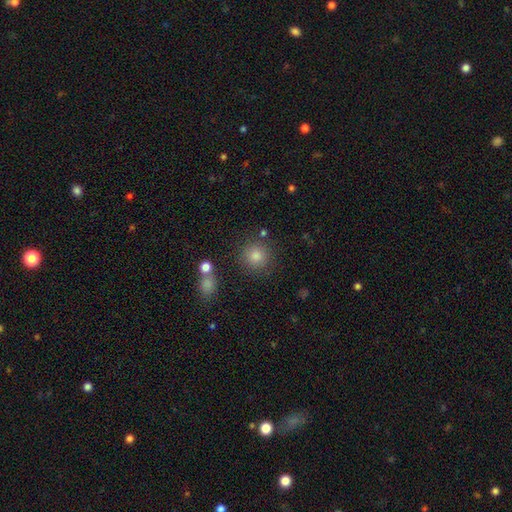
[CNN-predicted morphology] Q: Smooth or featured?
A: smooth (80%); runner-up: star or artifact (14%)
Q: How rounded?
A: round (93%); runner-up: in between (6%)
Q: Merging?
A: none (85%); runner-up: minor disturbance (8%)